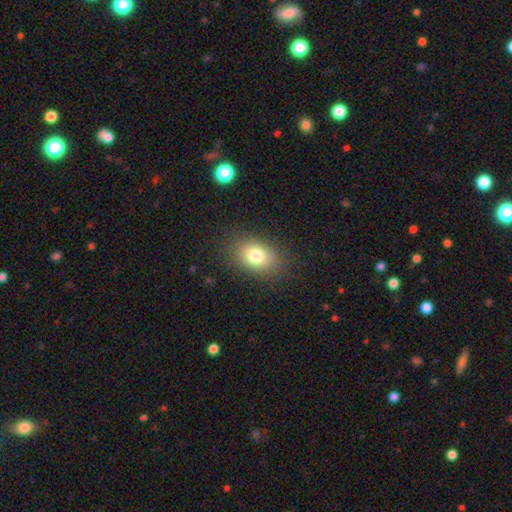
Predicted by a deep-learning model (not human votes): This is likely a smooth galaxy (78%). How rounded: likely in between (70%). Merging: clearly none (85%).